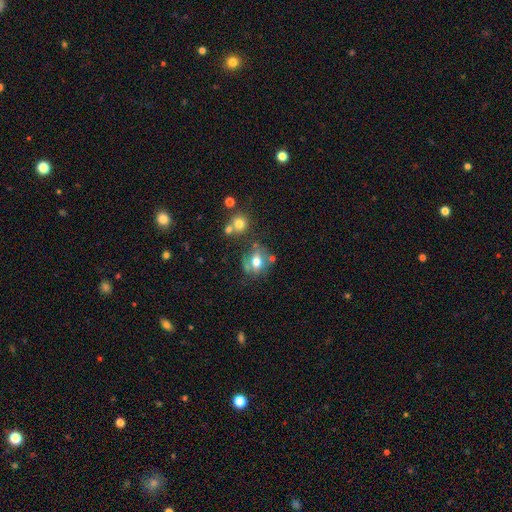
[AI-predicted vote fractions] A smooth galaxy with no disk features (61%) that is round (60%). Merging: none (55%).